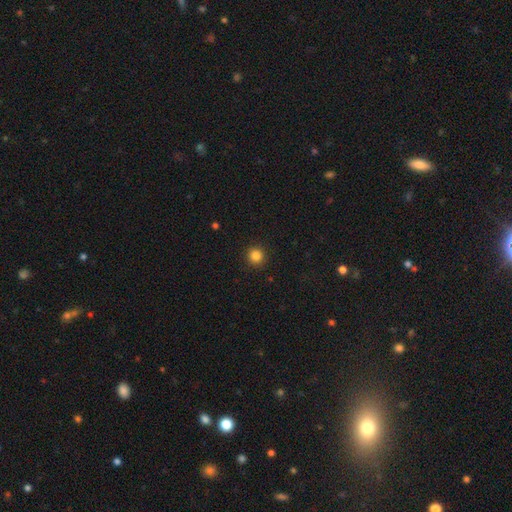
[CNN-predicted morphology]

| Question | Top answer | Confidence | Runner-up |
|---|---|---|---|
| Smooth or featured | smooth | 85% | star or artifact (12%) |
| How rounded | round | 95% | in between (4%) |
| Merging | none | 93% | minor disturbance (5%) |